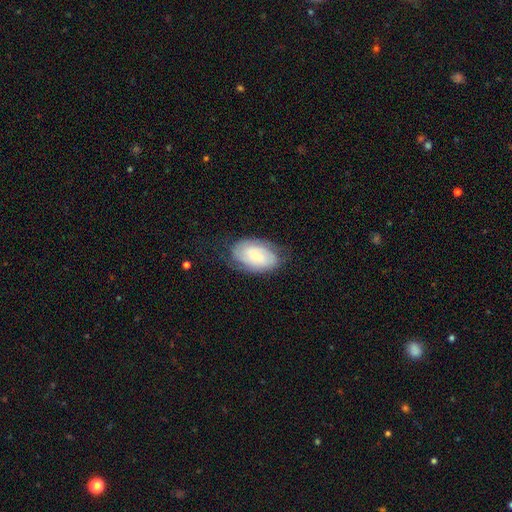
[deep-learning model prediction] The model was most divided on "smooth or featured": featured or disk: 55%, smooth: 37%, star or artifact: 8%. More confident: edge-on disk — no (96%); spiral arms — yes (86%); bar — no (73%); bulge size — small (71%); merging — none (71%).